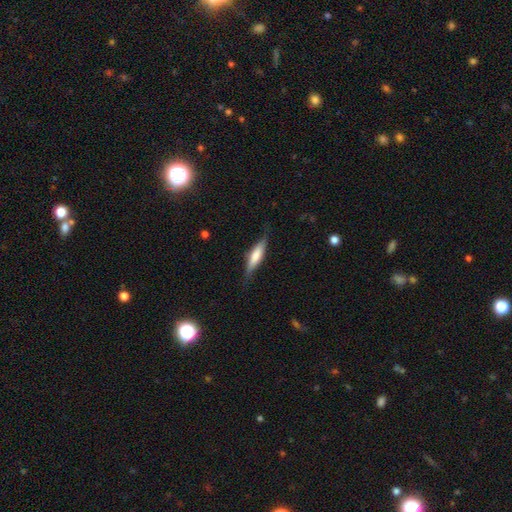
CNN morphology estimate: This is possibly a smooth galaxy (56%). How rounded: likely cigar-shaped (76%). Merging: likely none (78%).